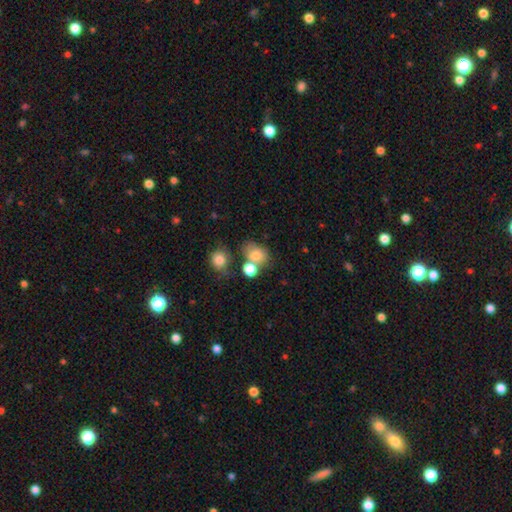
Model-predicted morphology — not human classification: smooth-or-featured: smooth: 77% | star or artifact: 12% | featured or disk: 11%
  how-rounded: in between: 61% | round: 38% | cigar-shaped: 1%
  merging: none: 41% | merger: 32% | minor disturbance: 17% | major disturbance: 9%